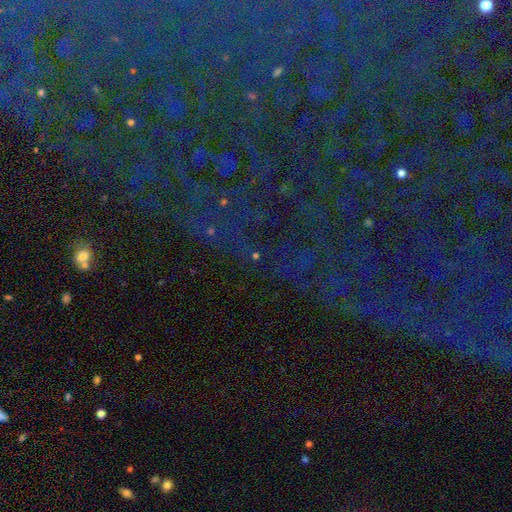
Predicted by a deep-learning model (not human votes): Q: Smooth or featured?
A: star or artifact (74%); runner-up: smooth (13%)